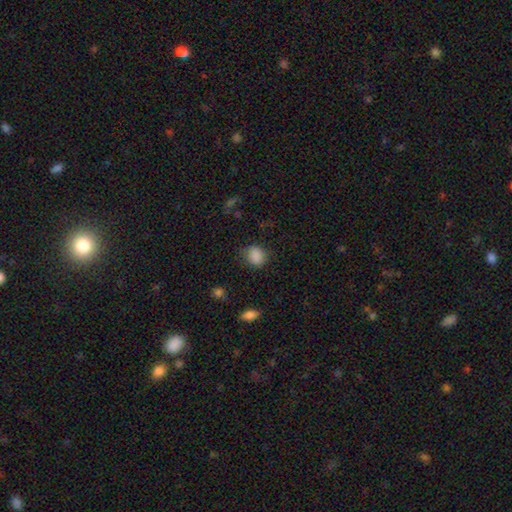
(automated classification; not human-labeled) A smooth galaxy with no disk features (86%) that is round (54%).

Vote fractions:
- Smooth or featured? smooth: 86% / star or artifact: 10% / featured or disk: 4%
- How rounded? round: 54% / in between: 45% / cigar-shaped: 1%
- Merging? none: 74% / minor disturbance: 19% / major disturbance: 6% / merger: 2%